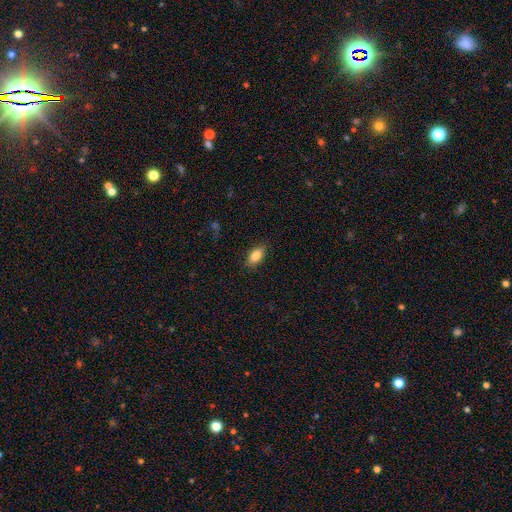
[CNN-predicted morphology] This appears to be a smooth galaxy with no disk features (80%) that is in between round and cigar-shaped (86%). Merging: none (85%).